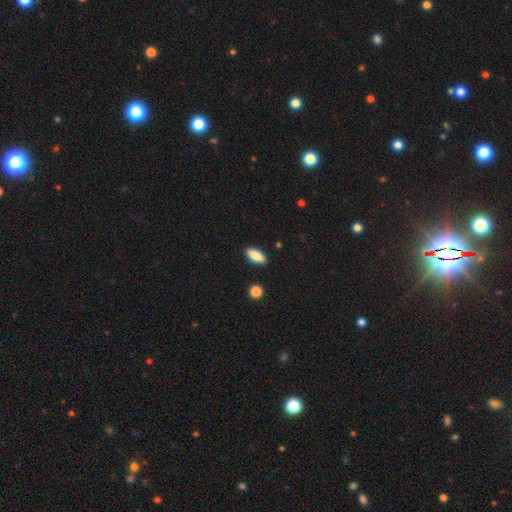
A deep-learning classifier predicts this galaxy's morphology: smooth 79%, featured or disk 14%, star or artifact 7%. Down the decision tree: how rounded — in between (79%); merging — none (88%).